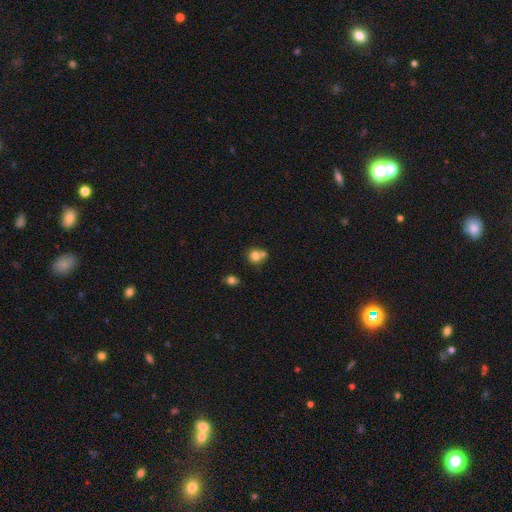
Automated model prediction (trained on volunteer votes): A smooth galaxy with no disk features (77%) that is round (78%).

Vote fractions:
- Smooth or featured? smooth: 77% / featured or disk: 12% / star or artifact: 11%
- How rounded? round: 78% / in between: 21% / cigar-shaped: 1%
- Merging? merger: 45% / none: 41% / minor disturbance: 10% / major disturbance: 4%